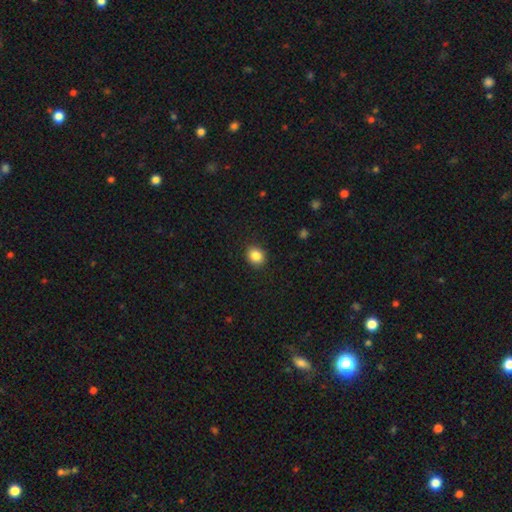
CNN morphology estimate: smooth_or_featured: smooth (p=0.86) [alt: star or artifact p=0.09]
how_rounded: round (p=0.69) [alt: in between p=0.30]
merging: none (p=0.90) [alt: minor disturbance p=0.07]